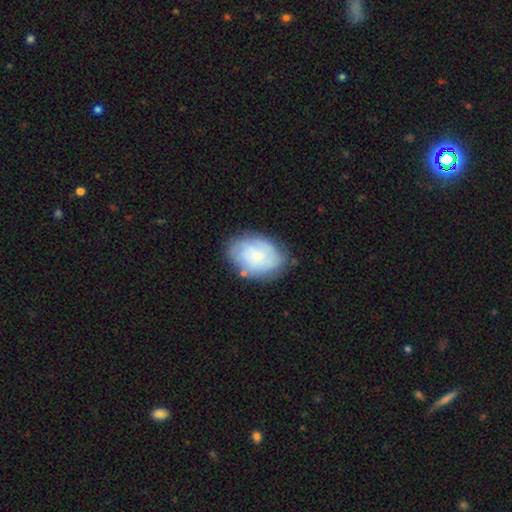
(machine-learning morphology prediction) A featured or disk galaxy (47%).

Vote fractions:
- Smooth or featured? featured or disk: 47% / smooth: 46% / star or artifact: 8%
- Merging? none: 73% / minor disturbance: 19% / major disturbance: 5% / merger: 2%